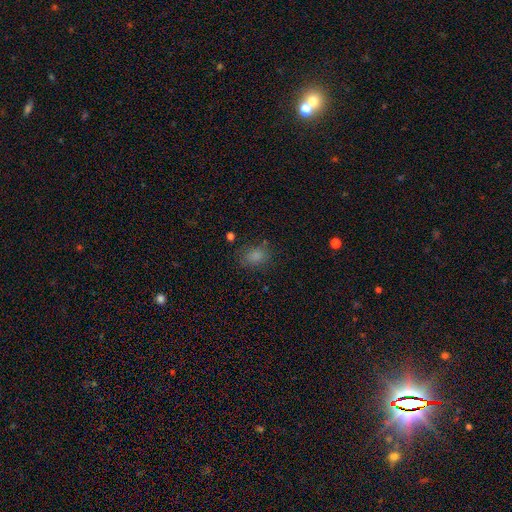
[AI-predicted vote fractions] This appears to be a smooth galaxy with no disk features (80%) that is in between round and cigar-shaped (64%). Merging: none (74%).